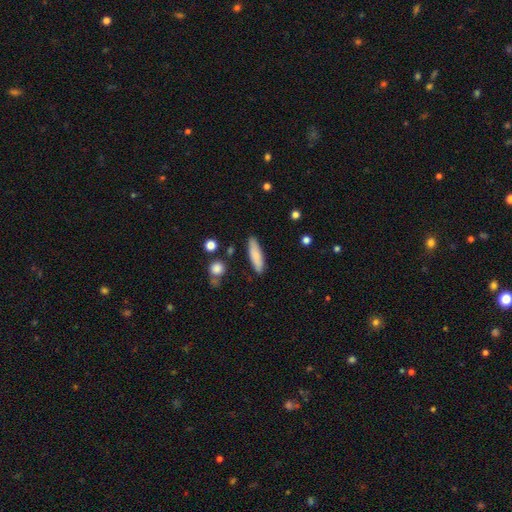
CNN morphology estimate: The model was most divided on "how rounded": cigar-shaped: 67%, in between: 31%, round: 2%. More confident: merging — none (85%); smooth or featured — smooth (78%).